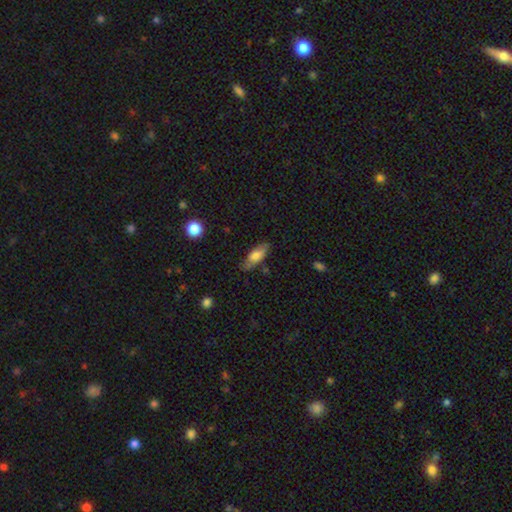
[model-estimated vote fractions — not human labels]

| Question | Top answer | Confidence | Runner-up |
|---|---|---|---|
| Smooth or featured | smooth | 70% | featured or disk (23%) |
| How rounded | in between | 69% | cigar-shaped (28%) |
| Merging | none | 73% | minor disturbance (20%) |